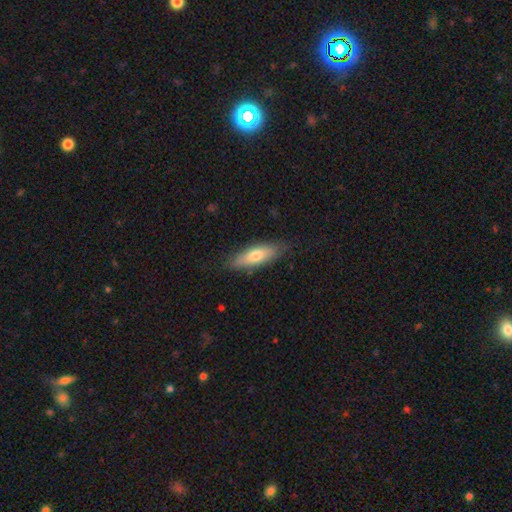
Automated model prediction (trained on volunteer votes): smooth-or-featured: smooth: 68% | featured or disk: 26% | star or artifact: 6%
  how-rounded: in between: 53% | cigar-shaped: 45% | round: 2%
  merging: none: 80% | minor disturbance: 16% | major disturbance: 3% | merger: 1%